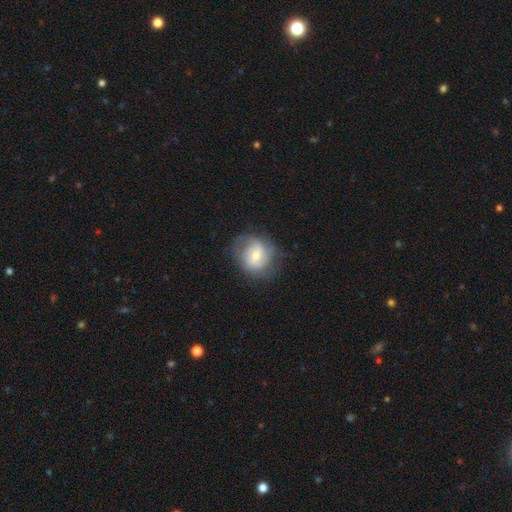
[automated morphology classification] featured or disk 49%, smooth 44%, star or artifact 8%. Down the decision tree: merging — none (64%).